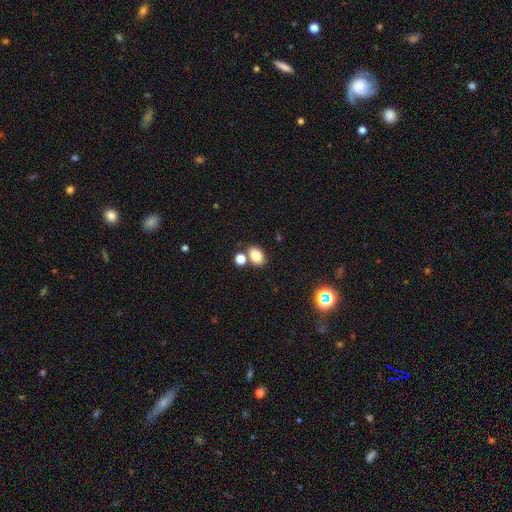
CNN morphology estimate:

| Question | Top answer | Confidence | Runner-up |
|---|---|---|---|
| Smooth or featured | smooth | 82% | star or artifact (10%) |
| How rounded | in between | 77% | round (22%) |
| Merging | none | 65% | merger (21%) |